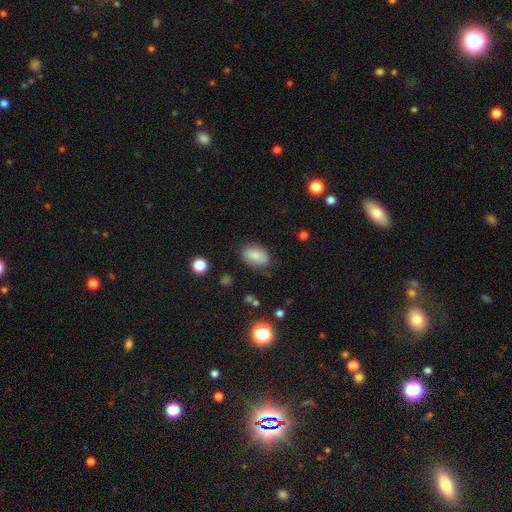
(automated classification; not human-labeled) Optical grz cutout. It shows a smooth galaxy with no disk features (76%) that is in between round and cigar-shaped (86%). Merging: none (74%).